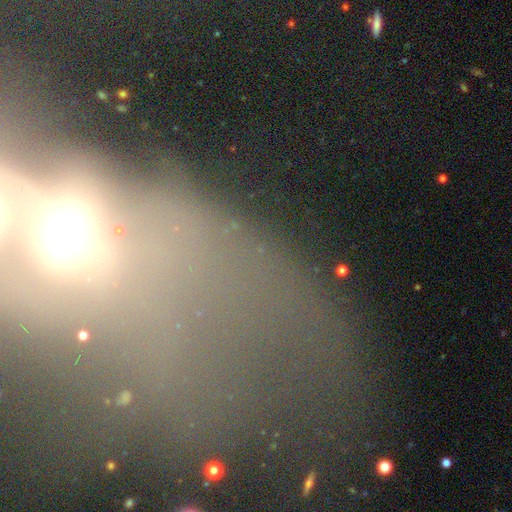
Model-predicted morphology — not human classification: star or artifact 38%, featured or disk 31%, smooth 30%.